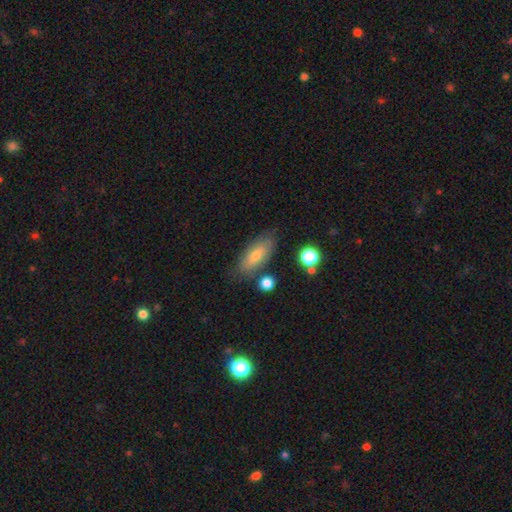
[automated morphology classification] The model was most divided on "smooth or featured": smooth: 66%, featured or disk: 26%, star or artifact: 8%. More confident: merging — none (76%); how rounded — in between (72%).